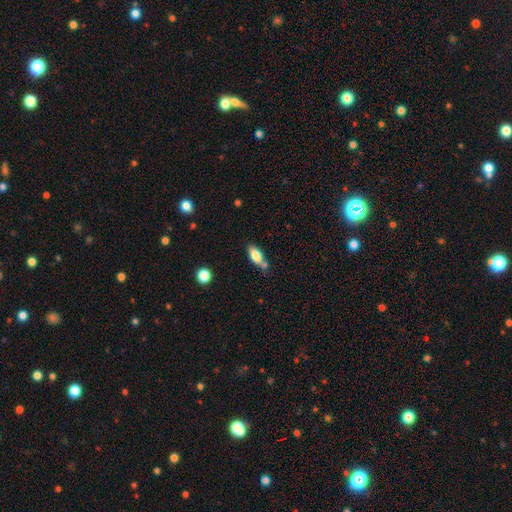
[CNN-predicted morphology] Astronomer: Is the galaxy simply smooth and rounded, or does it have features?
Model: smooth — 78%.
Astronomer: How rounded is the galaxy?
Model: in between — 84%.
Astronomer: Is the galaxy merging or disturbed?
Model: none — 59%.